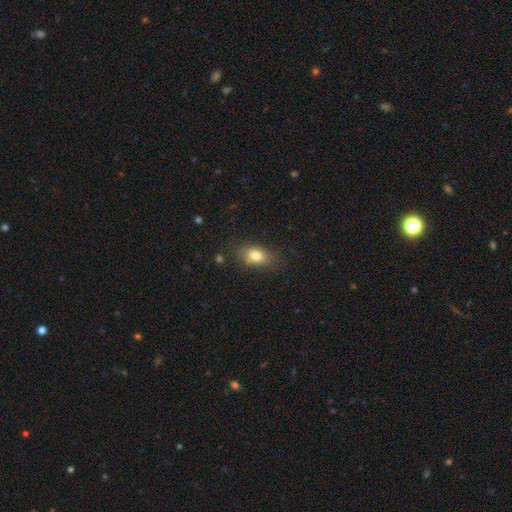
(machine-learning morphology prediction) Overall: smooth (78%). How rounded: in between (77%). Merging: none (76%).